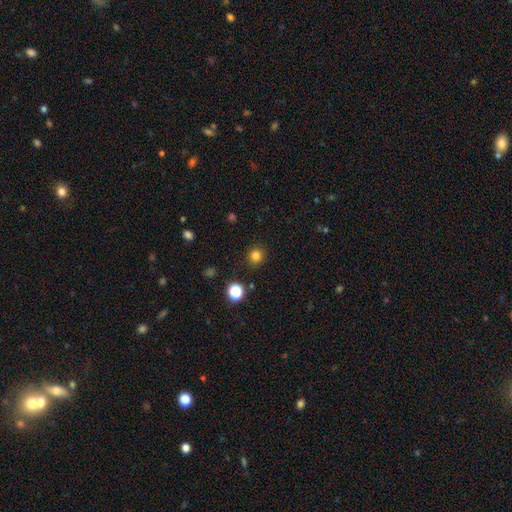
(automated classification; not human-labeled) smooth 81%, star or artifact 14%, featured or disk 4%. Down the decision tree: how rounded — round (90%); merging — none (90%).